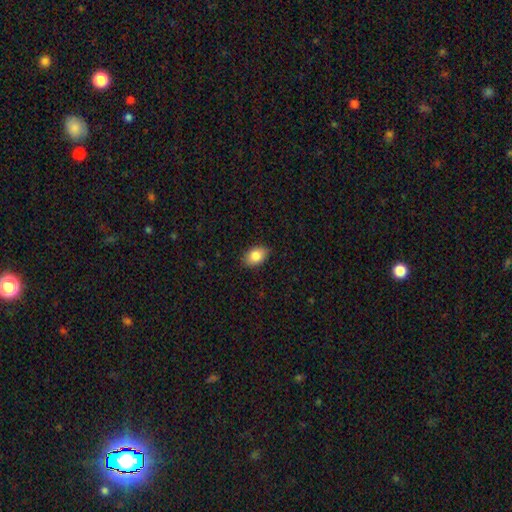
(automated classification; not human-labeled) Smooth or featured?
  - smooth: 83% *
  - featured or disk: 9%
  - star or artifact: 8%
How rounded?
  - in between: 84% *
  - round: 14%
  - cigar-shaped: 1%
Merging?
  - none: 86% *
  - minor disturbance: 11%
  - major disturbance: 2%
  - merger: 1%